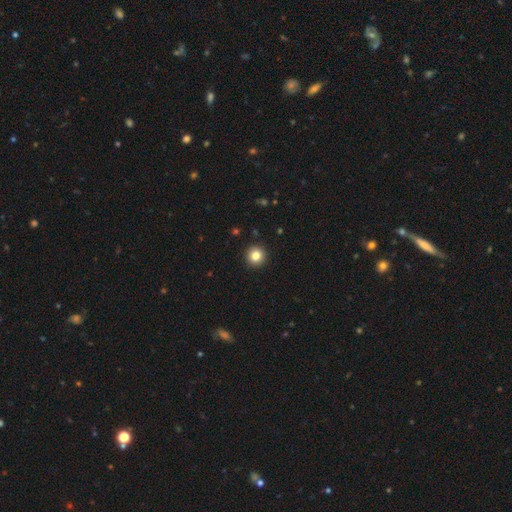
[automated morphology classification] Smooth or featured?
  - smooth: 82% *
  - star or artifact: 11%
  - featured or disk: 7%
How rounded?
  - round: 96% *
  - in between: 3%
  - cigar-shaped: 1%
Merging?
  - none: 93% *
  - minor disturbance: 4%
  - major disturbance: 1%
  - merger: 1%